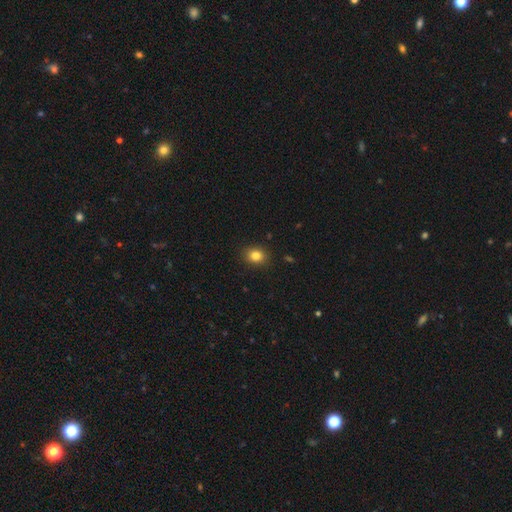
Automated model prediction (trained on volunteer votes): Smooth or featured?
  - smooth: 83% *
  - star or artifact: 11%
  - featured or disk: 6%
How rounded?
  - round: 58% *
  - in between: 41%
  - cigar-shaped: 1%
Merging?
  - none: 90% *
  - minor disturbance: 7%
  - major disturbance: 2%
  - merger: 1%